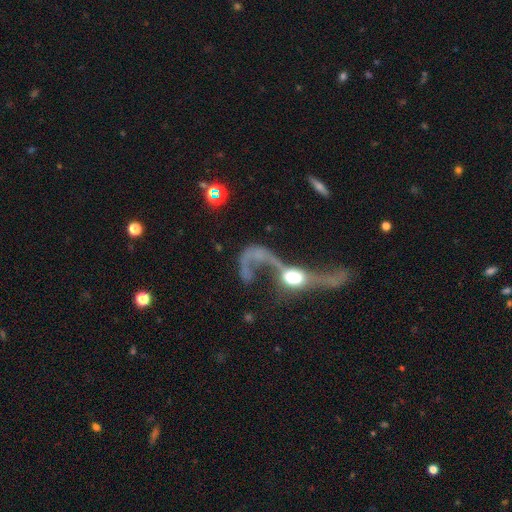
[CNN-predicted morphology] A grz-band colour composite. It shows a featured or disk galaxy (65%) with no bar (76%), spiral arms (57%) and a moderate central bulge (34%). Merging: major disturbance (49%).